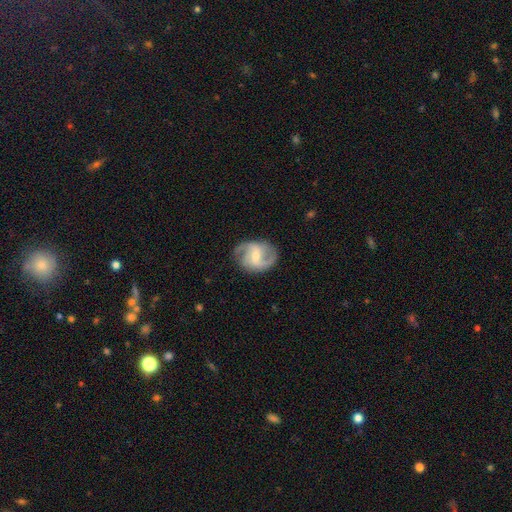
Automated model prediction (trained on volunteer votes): Smooth or featured? Predicted: featured or disk (p=0.83). Edge-on disk? Predicted: no (p=0.98). Bar? Predicted: weak (p=0.54). Spiral arms? Predicted: yes (p=0.95). Spiral winding? Predicted: medium (p=0.49). Spiral arm count? Predicted: 2 (p=0.81). Bulge size? Predicted: small (p=0.51). Merging? Predicted: none (p=0.76).